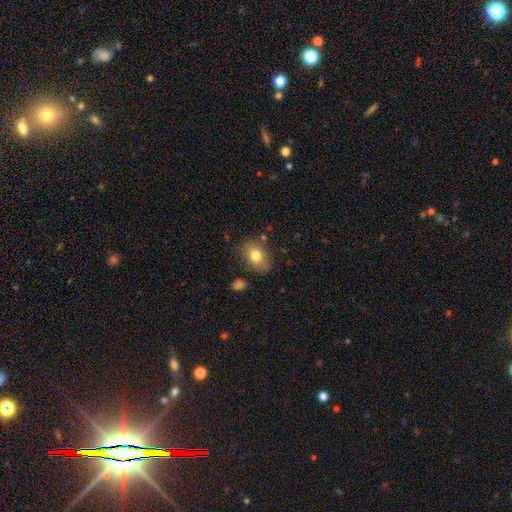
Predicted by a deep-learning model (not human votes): A smooth galaxy with no disk features (76%) that is in between round and cigar-shaped (74%). Merging: none (79%).